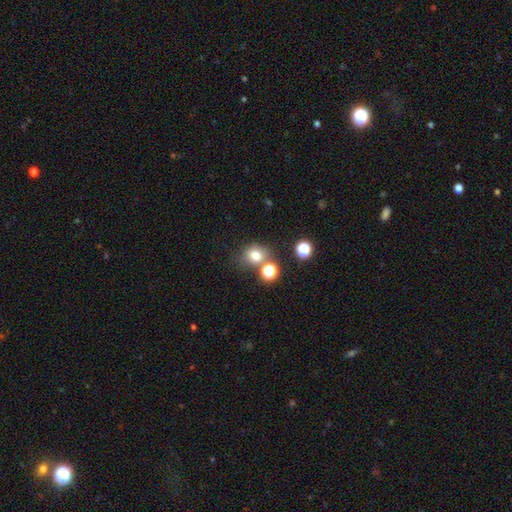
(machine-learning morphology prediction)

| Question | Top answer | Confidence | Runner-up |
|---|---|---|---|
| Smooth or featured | smooth | 74% | star or artifact (18%) |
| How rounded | round | 72% | in between (27%) |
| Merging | none | 65% | merger (17%) |